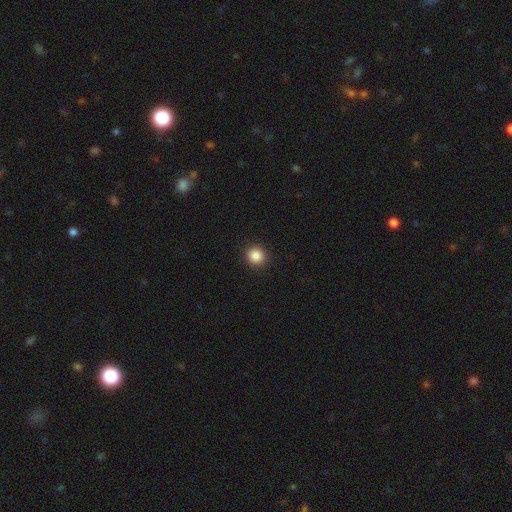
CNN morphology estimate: This is clearly a smooth galaxy (86%). How rounded: clearly round (92%). Merging: clearly none (93%).